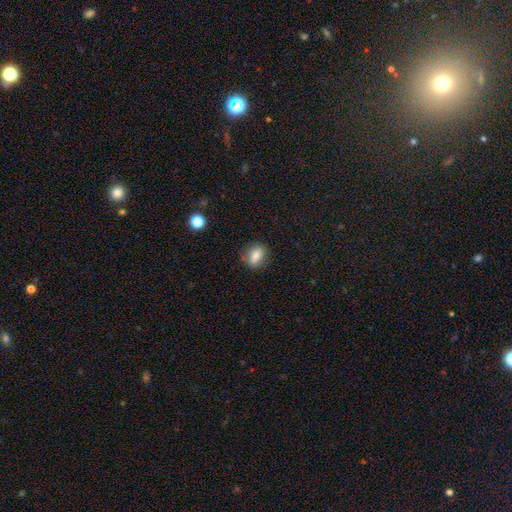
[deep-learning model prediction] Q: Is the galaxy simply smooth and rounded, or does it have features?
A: smooth — 80%.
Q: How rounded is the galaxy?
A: in between — 64%.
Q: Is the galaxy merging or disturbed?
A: none — 80%.